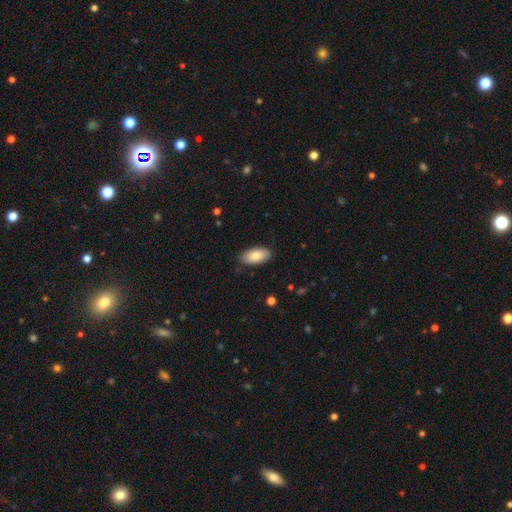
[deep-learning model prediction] Smooth or featured: smooth — 86% (featured or disk — 9%)
How rounded: in between — 94% (cigar-shaped — 4%)
Merging: none — 86% (minor disturbance — 11%)